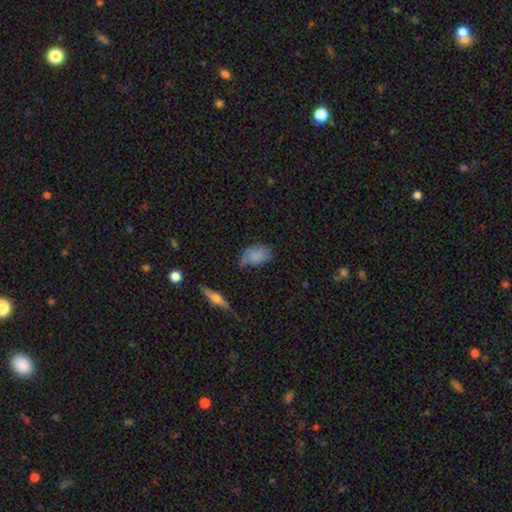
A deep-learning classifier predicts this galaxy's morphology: smooth-or-featured: smooth: 74% | featured or disk: 16% | star or artifact: 10%
  how-rounded: in between: 89% | round: 9% | cigar-shaped: 3%
  merging: none: 52% | minor disturbance: 34% | major disturbance: 10% | merger: 3%